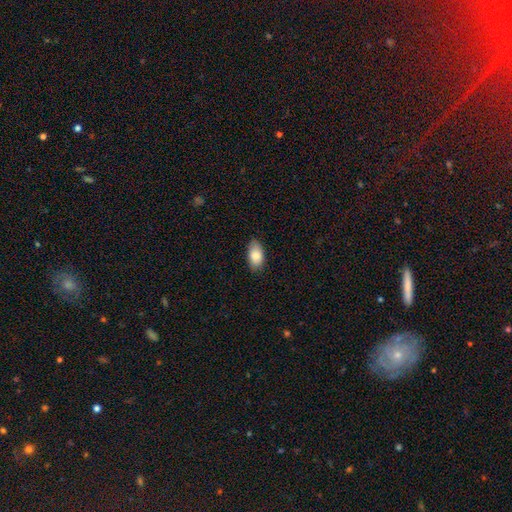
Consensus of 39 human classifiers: smooth-or-featured: smooth: 87% | star or artifact: 8% | featured or disk: 5%
  how-rounded: in between: 97% | round: 3% | cigar-shaped: 0%
  merging: none: 78% | minor disturbance: 19% | major disturbance: 3% | merger: 0%